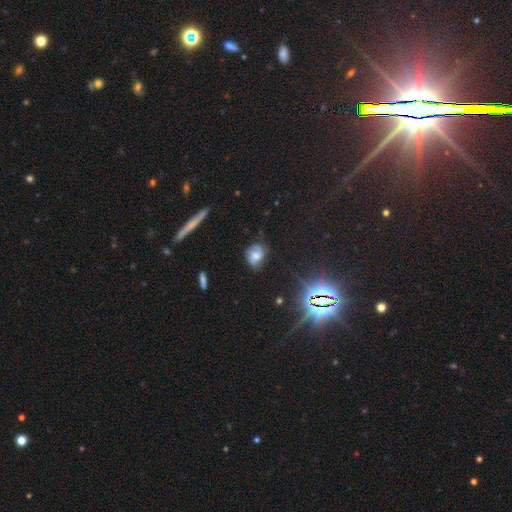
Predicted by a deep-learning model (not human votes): Smooth or featured? Predicted: featured or disk (p=0.46). Merging? Predicted: none (p=0.64).